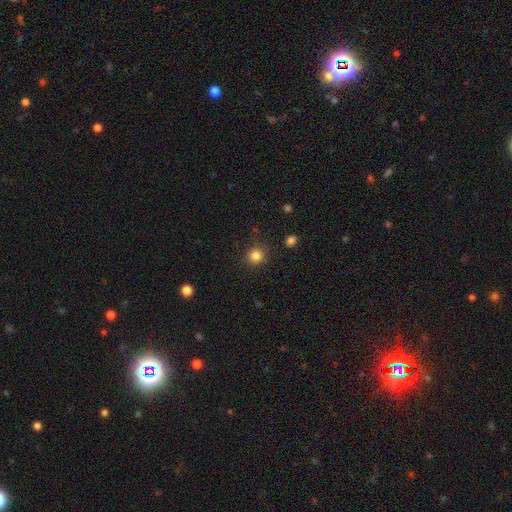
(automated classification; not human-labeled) smooth_or_featured: smooth (p=0.84) [alt: star or artifact p=0.12]
how_rounded: round (p=0.91) [alt: in between p=0.08]
merging: none (p=0.87) [alt: minor disturbance p=0.09]